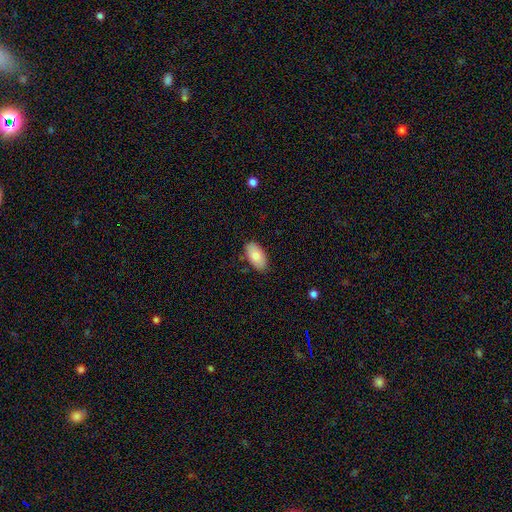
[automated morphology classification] A smooth galaxy with no disk features (80%) that is in between round and cigar-shaped (95%). Merging: none (83%).